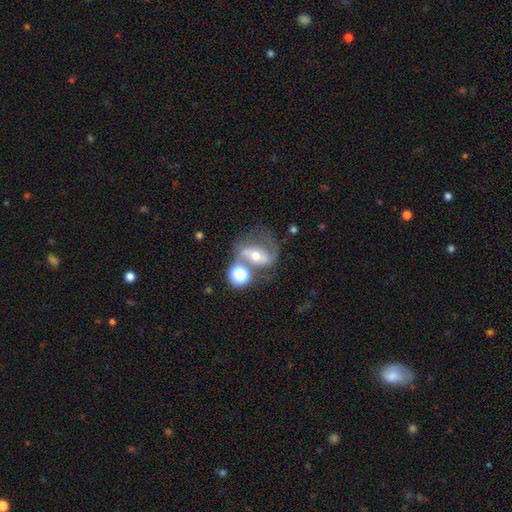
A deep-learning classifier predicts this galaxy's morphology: Q: Smooth or featured?
A: featured or disk (68%); runner-up: smooth (21%)
Q: Edge-on disk?
A: no (94%); runner-up: yes (6%)
Q: Bar?
A: strong (46%); runner-up: weak (28%)
Q: Spiral arms?
A: yes (83%); runner-up: no (17%)
Q: Spiral winding?
A: medium (44%); runner-up: loose (41%)
Q: Spiral arm count?
A: 2 (83%); runner-up: 1 (8%)
Q: Bulge size?
A: moderate (61%); runner-up: small (27%)
Q: Merging?
A: none (46%); runner-up: merger (23%)